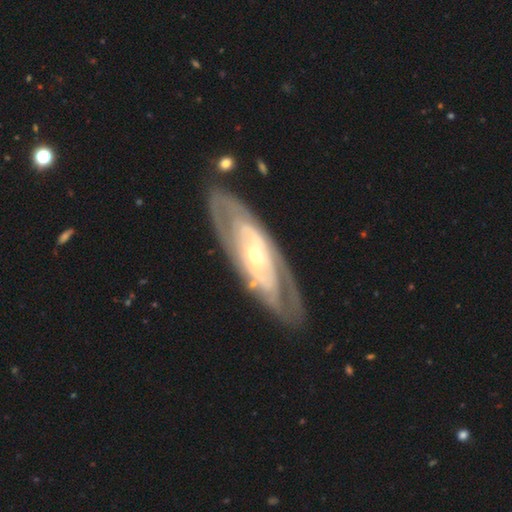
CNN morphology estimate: Smooth or featured? featured or disk (83%)
Edge-on disk? no (85%)
Bar? no (66%)
Spiral arms? yes (74%)
Spiral winding? tight (67%)
Spiral arm count? can't tell (46%)
Bulge size? small (61%)
Merging? none (80%)